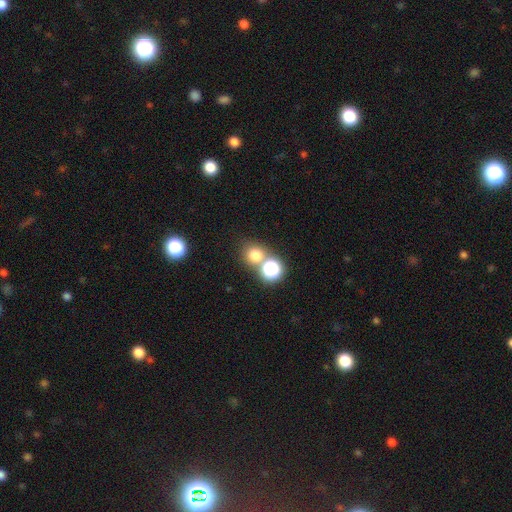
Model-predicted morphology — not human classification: This is likely a smooth galaxy (71%). How rounded: clearly round (86%). Merging: likely none (60%).